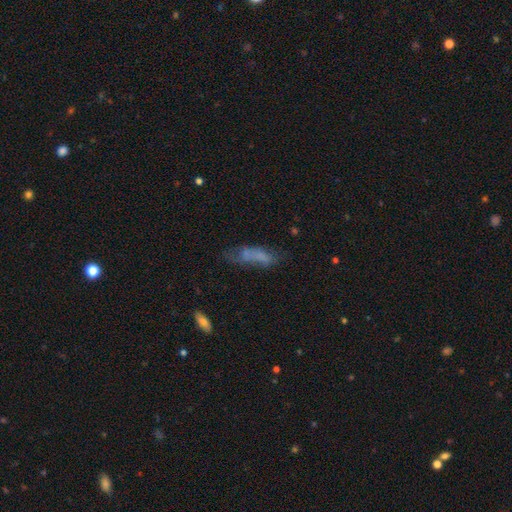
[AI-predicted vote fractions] Smooth or featured: smooth — 55% (featured or disk — 32%)
How rounded: in between — 51% (cigar-shaped — 46%)
Merging: none — 44% (minor disturbance — 26%)